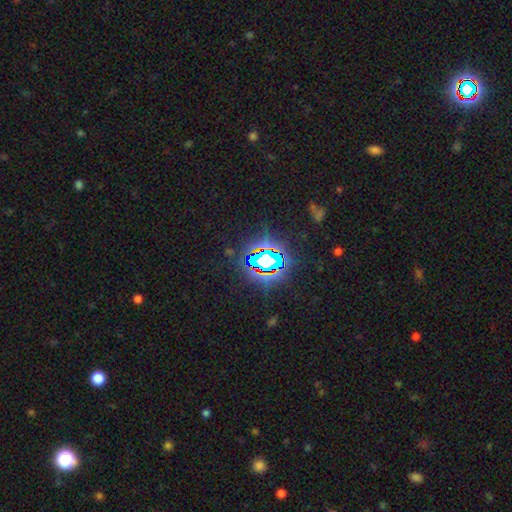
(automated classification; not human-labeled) Overall: star or artifact (83%).